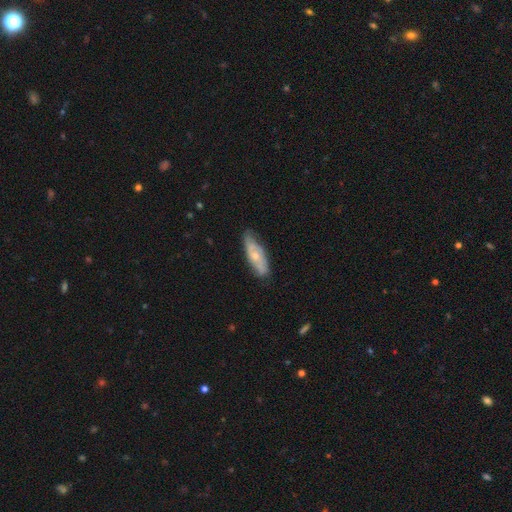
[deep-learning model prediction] A featured or disk galaxy (51%). Merging: none (70%).